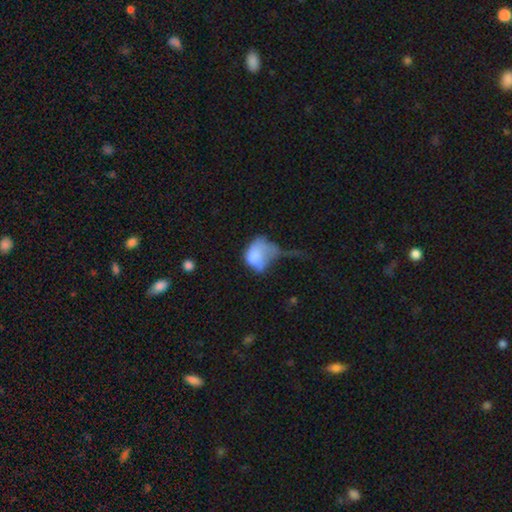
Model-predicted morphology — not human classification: Smooth or featured?
  - smooth: 62% *
  - featured or disk: 29%
  - star or artifact: 9%
How rounded?
  - in between: 70% *
  - round: 29%
  - cigar-shaped: 2%
Merging?
  - major disturbance: 56% *
  - merger: 17%
  - minor disturbance: 16%
  - none: 11%